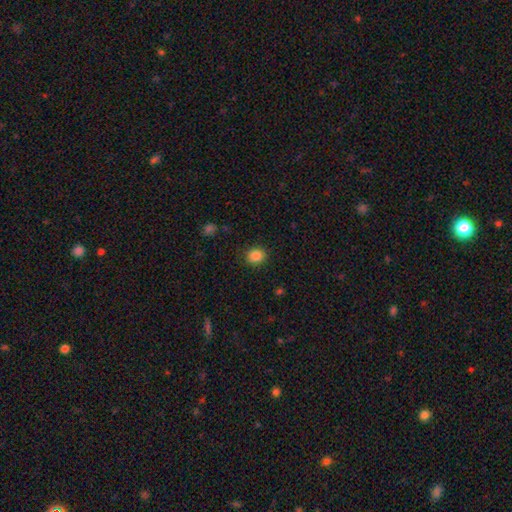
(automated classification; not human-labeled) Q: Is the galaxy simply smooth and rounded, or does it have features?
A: smooth — 86%.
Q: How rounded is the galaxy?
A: round — 78%.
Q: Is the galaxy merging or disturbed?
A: none — 88%.